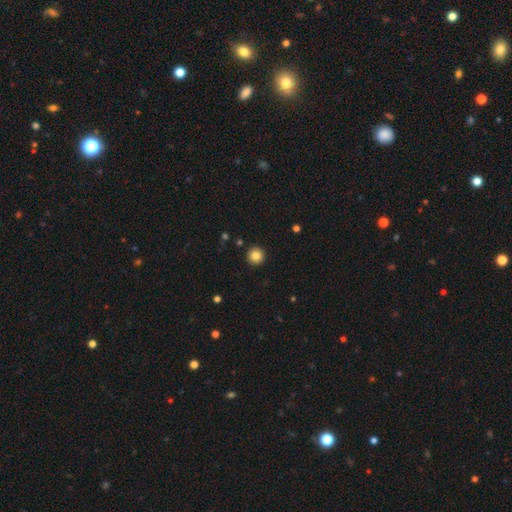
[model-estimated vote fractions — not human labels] smooth 85%, star or artifact 10%, featured or disk 5%. Down the decision tree: how rounded — round (96%); merging — none (93%).